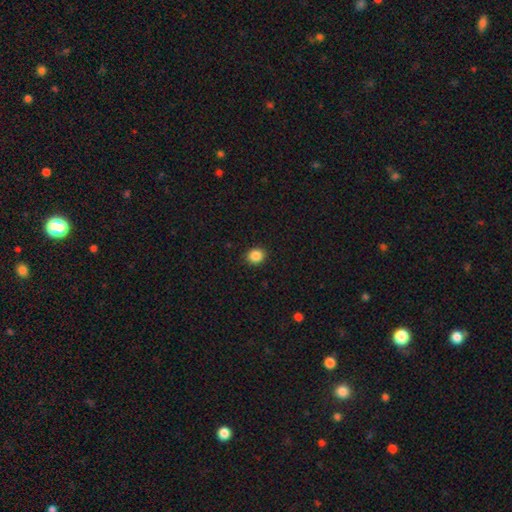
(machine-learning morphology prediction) This is clearly a smooth galaxy (87%). How rounded: likely round (76%). Merging: clearly none (91%).